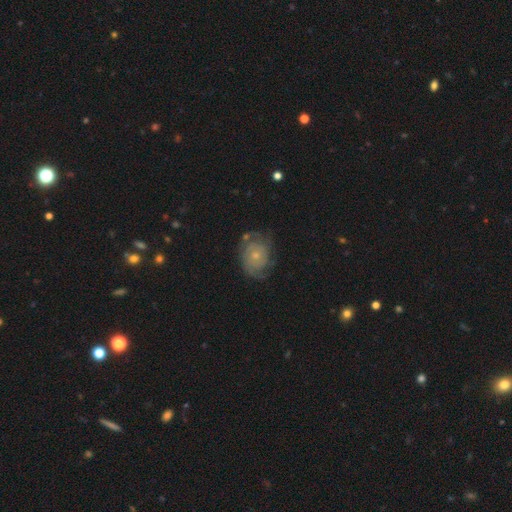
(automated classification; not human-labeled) smooth_or_featured: featured or disk (p=0.72) [alt: smooth p=0.21]
disk_edge_on: no (p=0.98) [alt: yes p=0.02]
bar: no (p=0.82) [alt: weak p=0.16]
has_spiral_arms: yes (p=0.89) [alt: no p=0.11]
spiral_winding: tight (p=0.56) [alt: medium p=0.31]
spiral_arm_count: 2 (p=0.41) [alt: can't tell p=0.32]
bulge_size: small (p=0.63) [alt: moderate p=0.30]
merging: none (p=0.63) [alt: minor disturbance p=0.22]